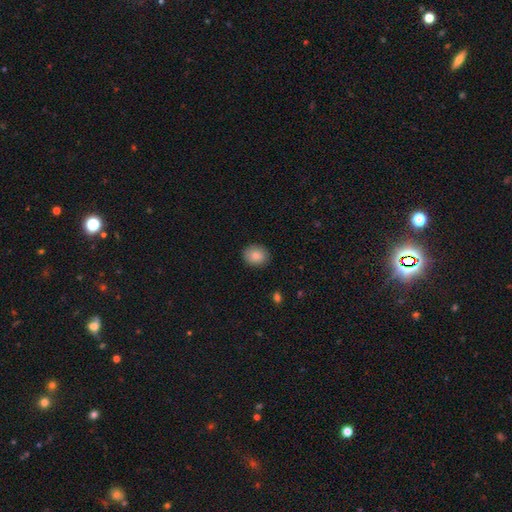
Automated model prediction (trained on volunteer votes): A smooth galaxy with no disk features (84%) that is round (67%).

Vote fractions:
- Smooth or featured? smooth: 84% / star or artifact: 8% / featured or disk: 7%
- How rounded? round: 67% / in between: 32% / cigar-shaped: 1%
- Merging? none: 89% / minor disturbance: 8% / major disturbance: 2% / merger: 1%